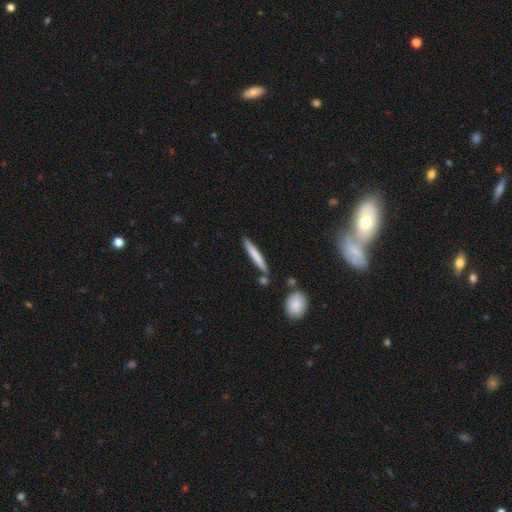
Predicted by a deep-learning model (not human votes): A smooth galaxy with no disk features (72%) that is cigar-shaped (95%). Merging: none (81%).